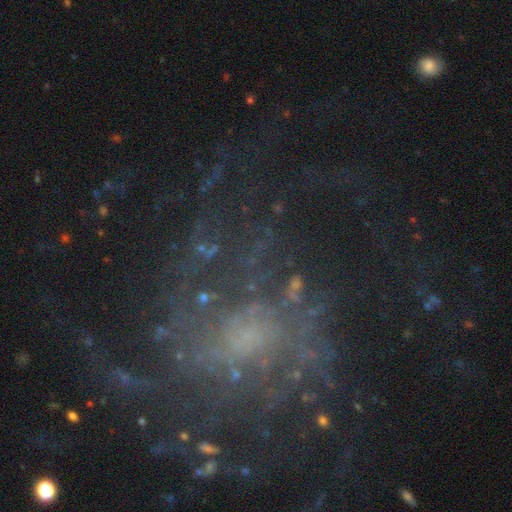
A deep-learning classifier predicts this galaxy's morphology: Q: Smooth or featured?
A: featured or disk (62%); runner-up: star or artifact (24%)
Q: Edge-on disk?
A: no (97%); runner-up: yes (3%)
Q: Bar?
A: no (71%); runner-up: weak (22%)
Q: Spiral arms?
A: yes (75%); runner-up: no (25%)
Q: Bulge size?
A: small (41%); runner-up: none (32%)
Q: Merging?
A: none (58%); runner-up: major disturbance (22%)